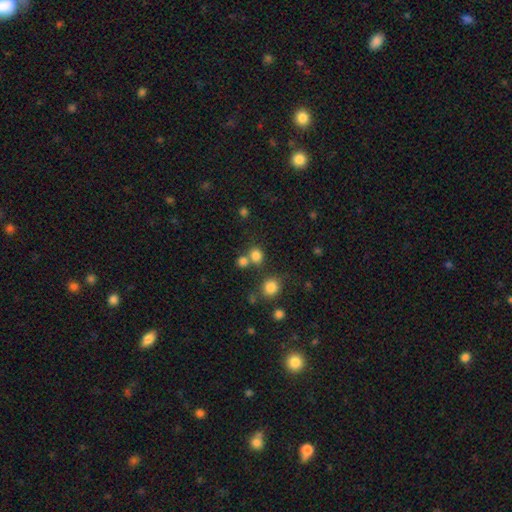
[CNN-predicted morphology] This appears to be a smooth galaxy with no disk features (79%) that is round (76%). Merging: none (59%).